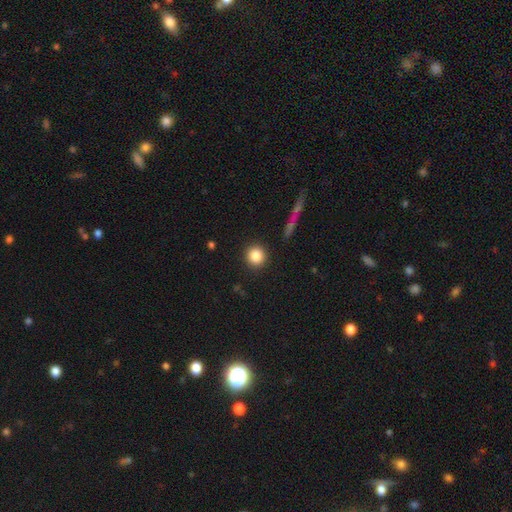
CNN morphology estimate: Smooth or featured? Predicted: smooth (p=0.85). How rounded? Predicted: round (p=0.92). Merging? Predicted: none (p=0.91).